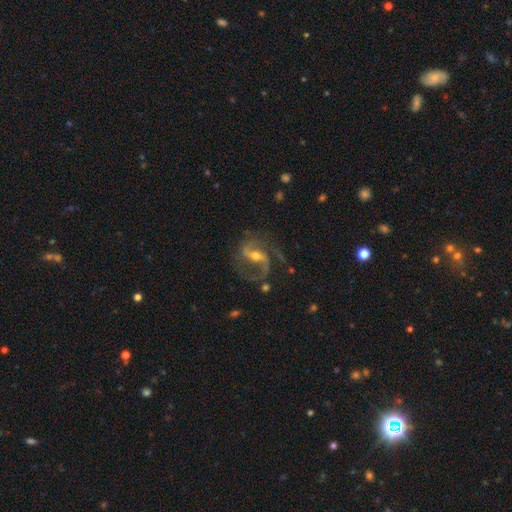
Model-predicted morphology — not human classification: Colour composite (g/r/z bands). It shows a featured or disk galaxy (89%) with a weak bar (41%), 2 (84%) medium (48%) spiral arms (97%) and a moderate central bulge (59%). Merging: none (65%).